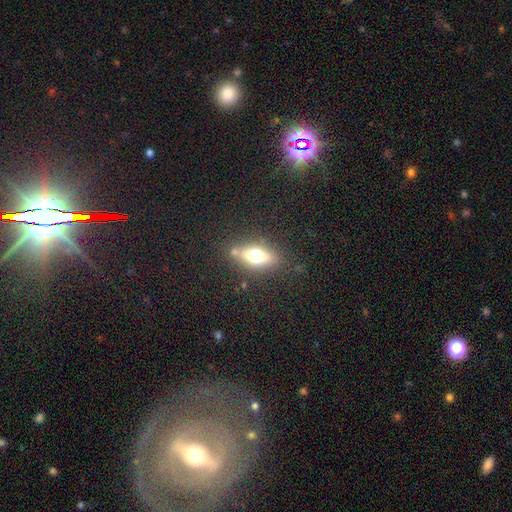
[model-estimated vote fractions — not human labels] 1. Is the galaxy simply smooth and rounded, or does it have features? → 59% smooth, 31% featured or disk, 11% star or artifact.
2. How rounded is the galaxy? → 71% in between, 22% cigar-shaped, 7% round.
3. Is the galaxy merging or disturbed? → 75% none, 14% minor disturbance, 6% merger, 5% major disturbance.